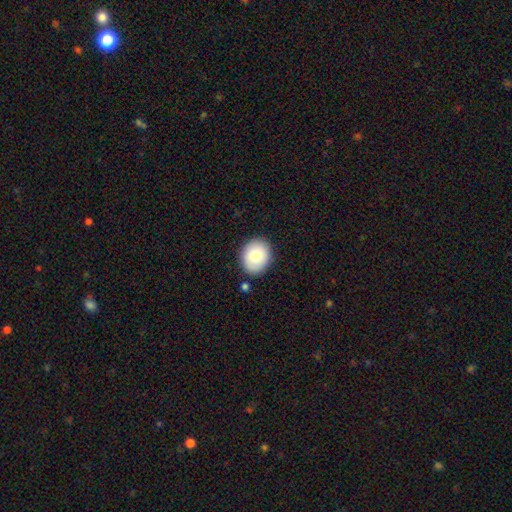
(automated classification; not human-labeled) smooth-or-featured: smooth: 82% | featured or disk: 11% | star or artifact: 7%
  how-rounded: round: 56% | in between: 43% | cigar-shaped: 1%
  merging: none: 84% | minor disturbance: 11% | merger: 3% | major disturbance: 2%